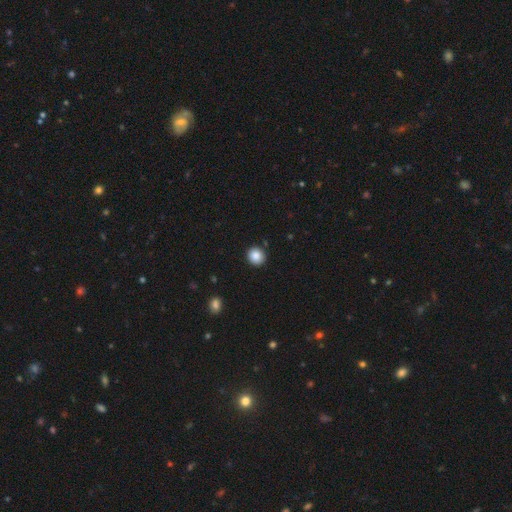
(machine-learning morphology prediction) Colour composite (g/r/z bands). It shows a smooth galaxy with no disk features (87%) that is round (88%). Merging: none (90%).